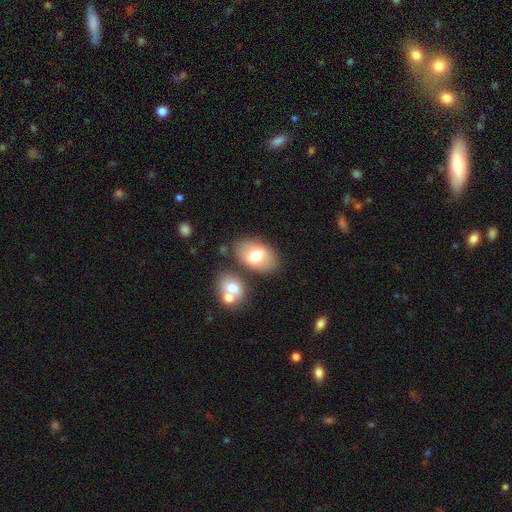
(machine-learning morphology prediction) A smooth galaxy with no disk features (70%) that is in between round and cigar-shaped (88%).

Vote fractions:
- Smooth or featured? smooth: 70% / featured or disk: 23% / star or artifact: 7%
- How rounded? in between: 88% / round: 10% / cigar-shaped: 1%
- Merging? none: 73% / minor disturbance: 12% / merger: 11% / major disturbance: 4%